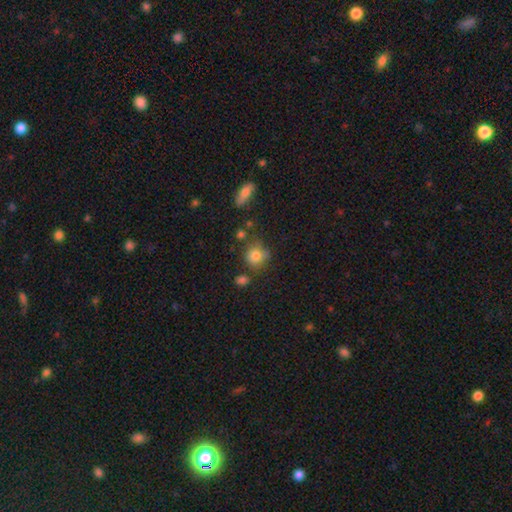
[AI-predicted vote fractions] smooth-or-featured: smooth: 80% | star or artifact: 11% | featured or disk: 9%
  how-rounded: round: 81% | in between: 18% | cigar-shaped: 1%
  merging: none: 63% | minor disturbance: 20% | merger: 10% | major disturbance: 7%